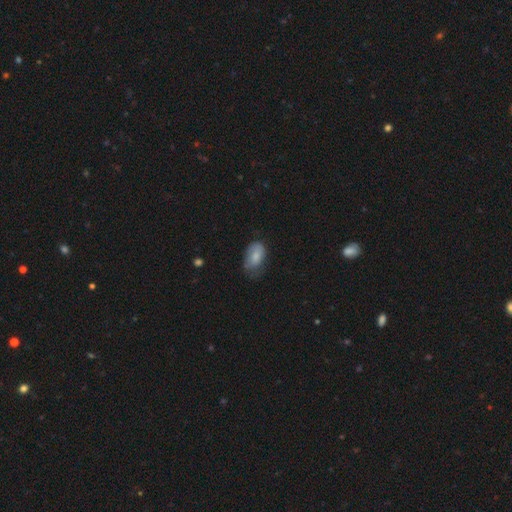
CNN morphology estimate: Q: Smooth or featured?
A: smooth (78%); runner-up: featured or disk (15%)
Q: How rounded?
A: in between (91%); runner-up: round (7%)
Q: Merging?
A: none (45%); runner-up: minor disturbance (38%)